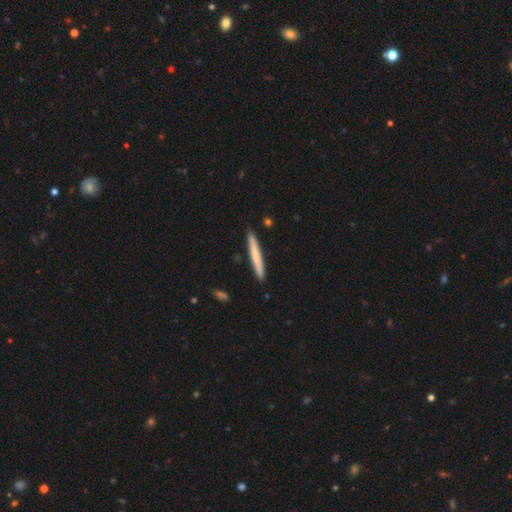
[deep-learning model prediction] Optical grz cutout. It shows a smooth galaxy with no disk features (69%) that is cigar-shaped (97%). Merging: none (91%).